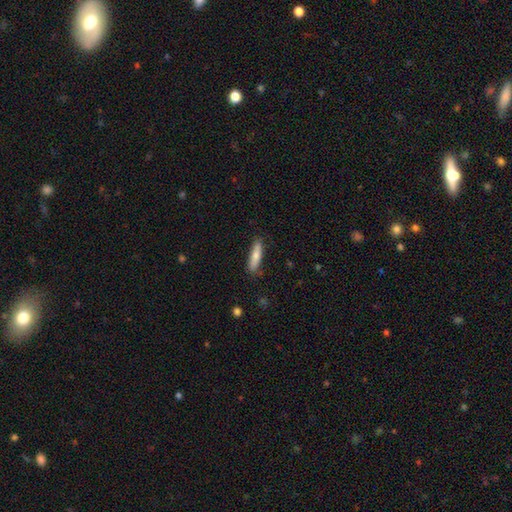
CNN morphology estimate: Smooth or featured? smooth (74%)
How rounded? cigar-shaped (75%)
Merging? none (83%)